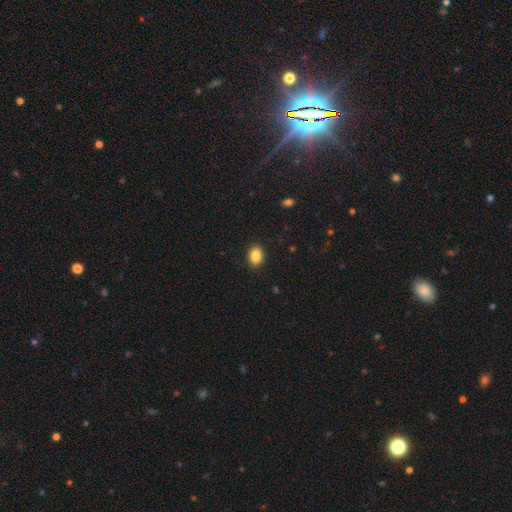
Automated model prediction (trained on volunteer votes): smooth-or-featured: smooth: 86% | star or artifact: 9% | featured or disk: 5%
  how-rounded: in between: 67% | round: 32% | cigar-shaped: 1%
  merging: none: 90% | minor disturbance: 7% | major disturbance: 2% | merger: 1%